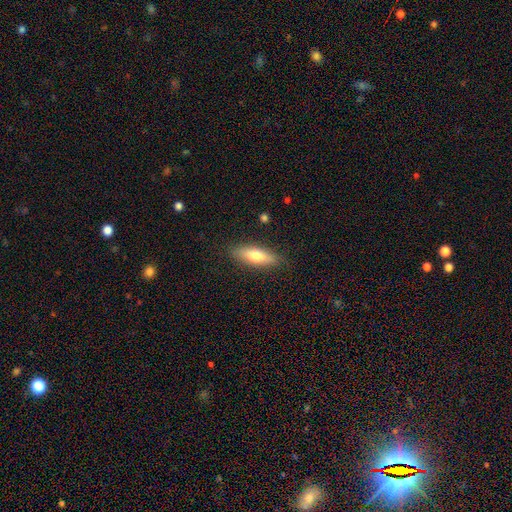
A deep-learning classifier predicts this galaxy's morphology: Smooth or featured? smooth (70%)
How rounded? in between (49%, tied with cigar-shaped)
Merging? none (86%)